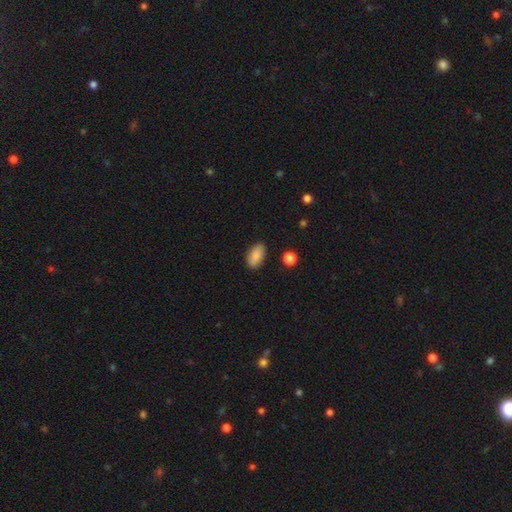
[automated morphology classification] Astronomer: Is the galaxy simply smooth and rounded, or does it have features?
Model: smooth — 87%.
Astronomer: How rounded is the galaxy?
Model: in between — 93%.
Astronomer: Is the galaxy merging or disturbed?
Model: none — 86%.